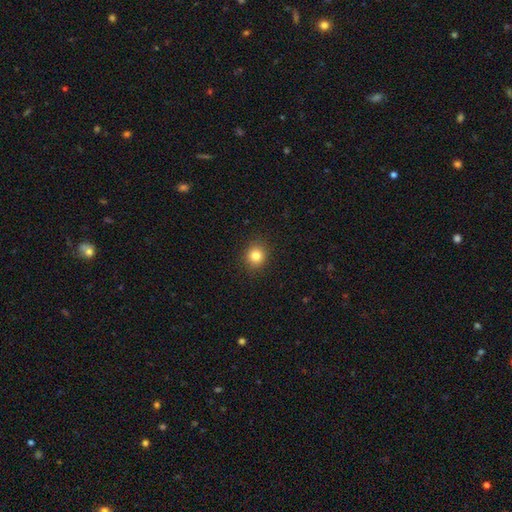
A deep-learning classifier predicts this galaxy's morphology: Smooth or featured?
  - smooth: 82% *
  - star or artifact: 12%
  - featured or disk: 6%
How rounded?
  - round: 80% *
  - in between: 19%
  - cigar-shaped: 1%
Merging?
  - none: 90% *
  - minor disturbance: 7%
  - major disturbance: 2%
  - merger: 1%